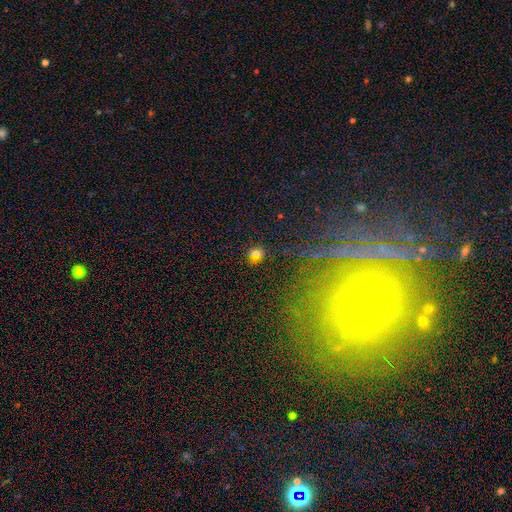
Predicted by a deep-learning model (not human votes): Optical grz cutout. It shows a smooth galaxy with no disk features (70%) that is round (69%). Merging: none (74%).